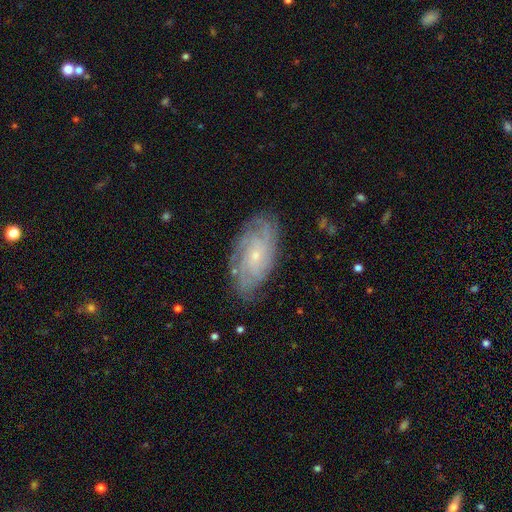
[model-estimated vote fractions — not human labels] Morphology: type=featured or disk (78%); edge-on=no (94%); bar=no (73%); spiral arms=yes (94%); winding=tight (65%); arm count=can't tell (40%); bulge=small (78%); merging=none (78%).